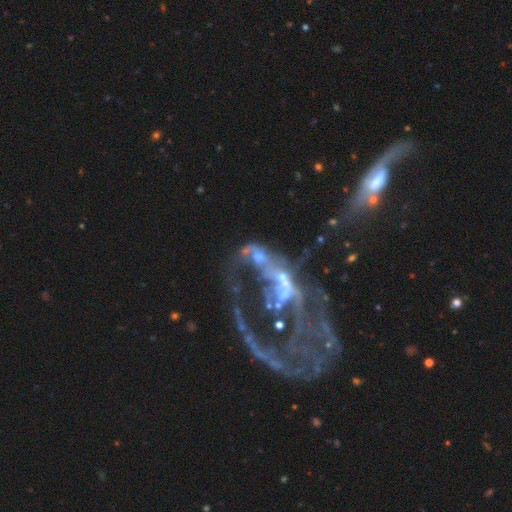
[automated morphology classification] The model was most divided on "merging": merger: 42%, major disturbance: 37%, none: 14%, minor disturbance: 7%. Remaining: edge-on disk — no (95%); bar — no (71%); smooth or featured — featured or disk (68%); spiral arms — no (63%); bulge size — none (49%).